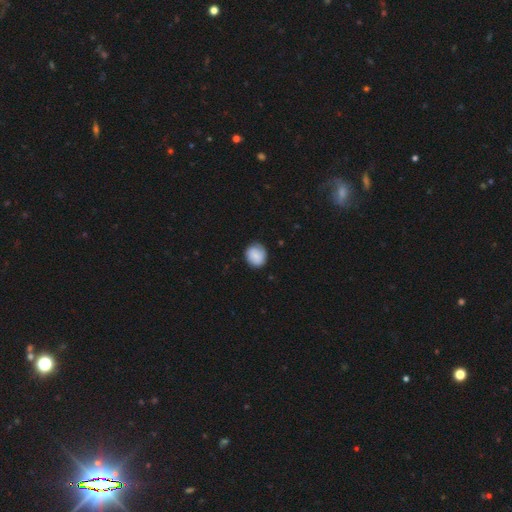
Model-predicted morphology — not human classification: Q: Smooth or featured?
A: smooth (78%); runner-up: featured or disk (15%)
Q: How rounded?
A: round (79%); runner-up: in between (20%)
Q: Merging?
A: none (78%); runner-up: minor disturbance (17%)